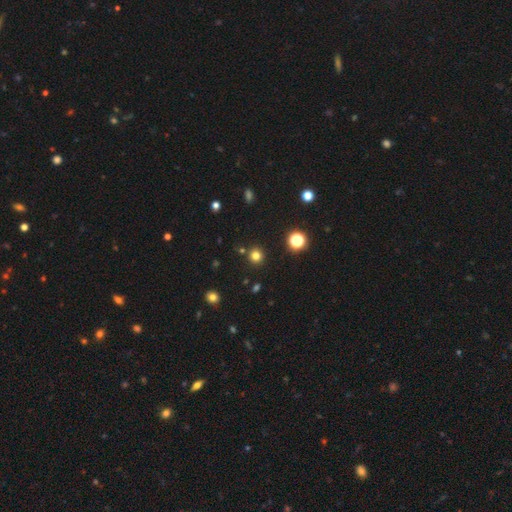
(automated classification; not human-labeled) Q: Smooth or featured?
A: smooth (77%); runner-up: star or artifact (18%)
Q: How rounded?
A: round (94%); runner-up: in between (5%)
Q: Merging?
A: none (88%); runner-up: minor disturbance (6%)